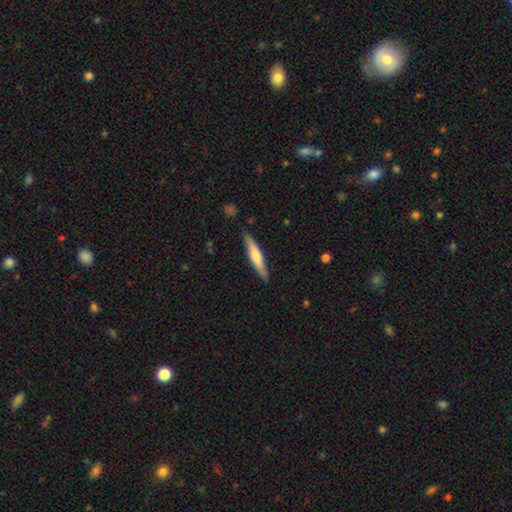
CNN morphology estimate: smooth-or-featured: smooth: 51% | featured or disk: 44% | star or artifact: 5%
  how-rounded: cigar-shaped: 89% | in between: 9% | round: 1%
  merging: none: 87% | minor disturbance: 10% | major disturbance: 2% | merger: 1%